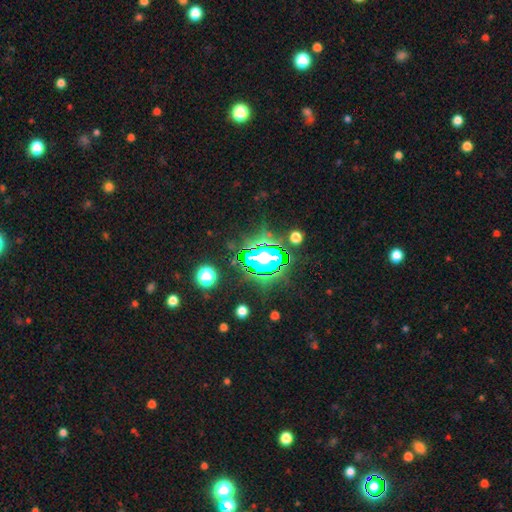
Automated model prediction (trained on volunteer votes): Smooth or featured?
  - star or artifact: 72% *
  - smooth: 16%
  - featured or disk: 12%